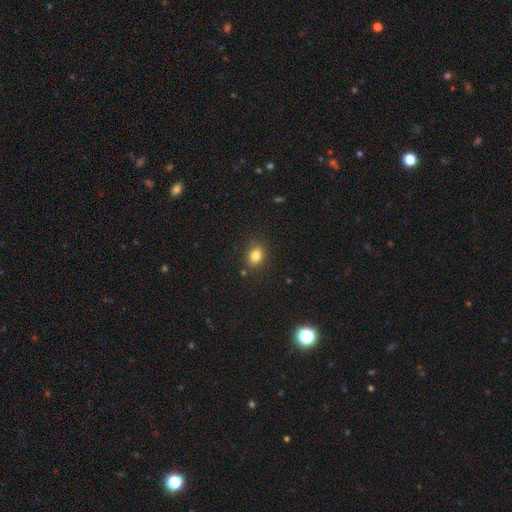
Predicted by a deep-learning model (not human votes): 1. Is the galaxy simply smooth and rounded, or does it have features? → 82% smooth, 11% star or artifact, 6% featured or disk.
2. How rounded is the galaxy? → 57% in between, 42% round, 1% cigar-shaped.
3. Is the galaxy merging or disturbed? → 82% none, 12% minor disturbance, 3% major disturbance, 3% merger.